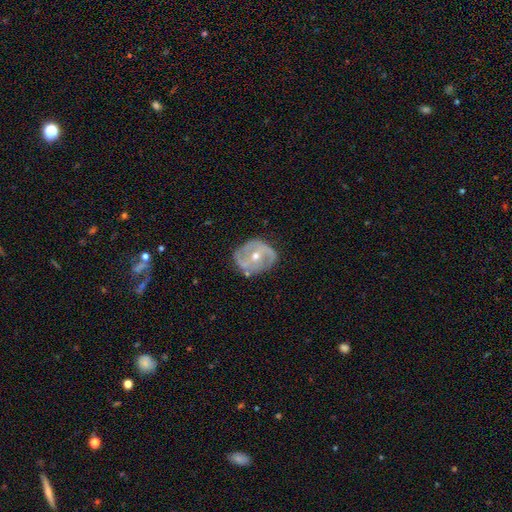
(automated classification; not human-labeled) featured or disk 82%, smooth 12%, star or artifact 6%. Down the decision tree: edge-on disk — no (96%); bar — no (40%); spiral arms — yes (85%); spiral arm count — 2 (68%); spiral winding — medium (42%); bulge size — moderate (55%); merging — none (72%).